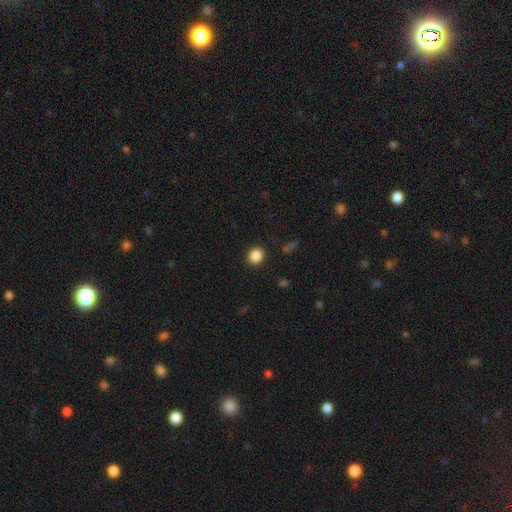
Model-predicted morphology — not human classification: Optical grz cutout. It shows a smooth galaxy with no disk features (87%) that is round (73%). Merging: none (90%).